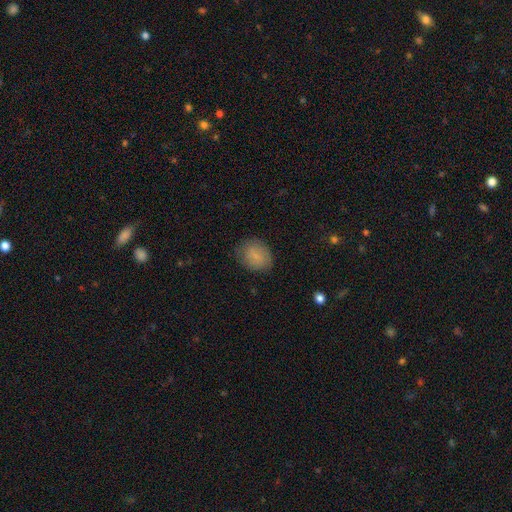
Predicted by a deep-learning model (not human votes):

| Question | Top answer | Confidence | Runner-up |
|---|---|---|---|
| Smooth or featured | smooth | 80% | featured or disk (12%) |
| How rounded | in between | 52% | round (47%) |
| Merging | none | 77% | minor disturbance (17%) |